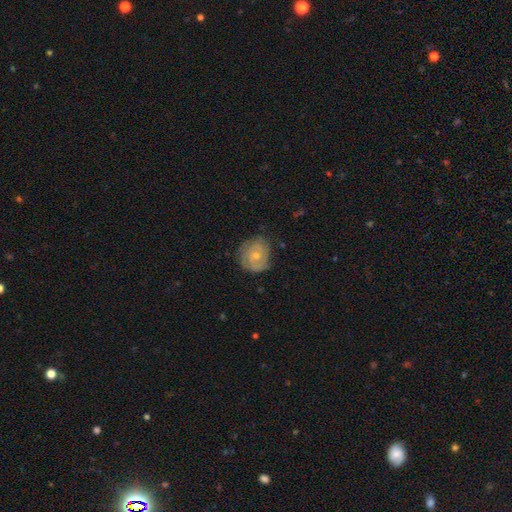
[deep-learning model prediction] Smooth or featured? Predicted: featured or disk (p=0.60). Edge-on disk? Predicted: no (p=0.98). Bar? Predicted: no (p=0.78). Spiral arms? Predicted: yes (p=0.82). Bulge size? Predicted: small (p=0.58). Merging? Predicted: none (p=0.67).